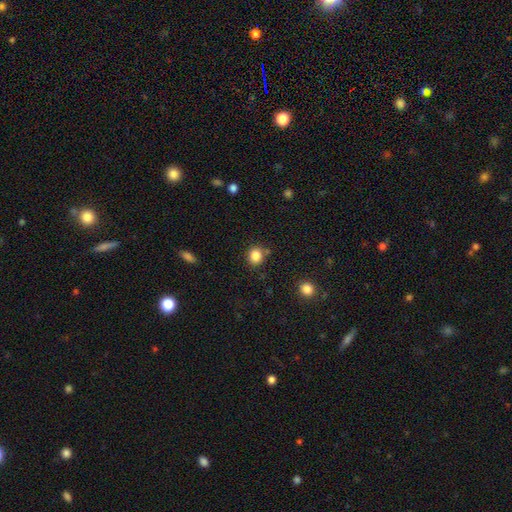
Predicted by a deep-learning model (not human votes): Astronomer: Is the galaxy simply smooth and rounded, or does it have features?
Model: smooth — 85%.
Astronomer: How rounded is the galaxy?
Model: round — 80%.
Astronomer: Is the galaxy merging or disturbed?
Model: none — 79%.